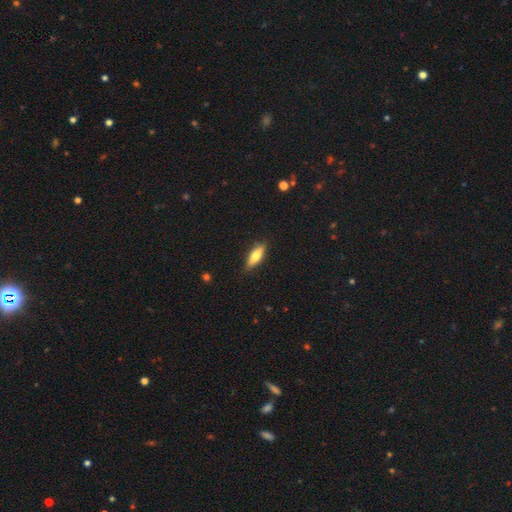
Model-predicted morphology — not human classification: Smooth or featured? Predicted: smooth (p=0.69). How rounded? Predicted: in between (p=0.54). Merging? Predicted: none (p=0.84).